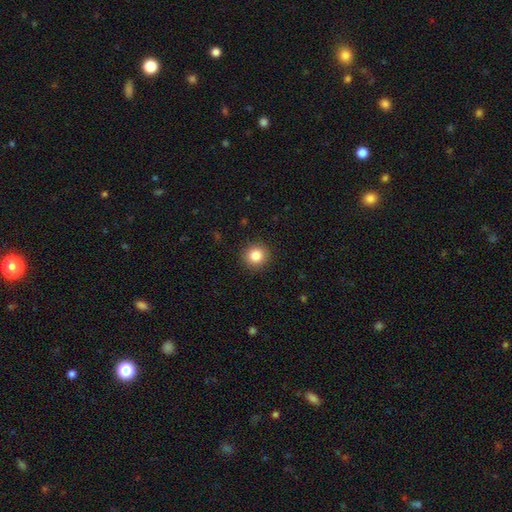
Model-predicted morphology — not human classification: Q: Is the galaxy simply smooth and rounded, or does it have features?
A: smooth — 85%.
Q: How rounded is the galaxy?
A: round — 93%.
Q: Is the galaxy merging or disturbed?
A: none — 91%.